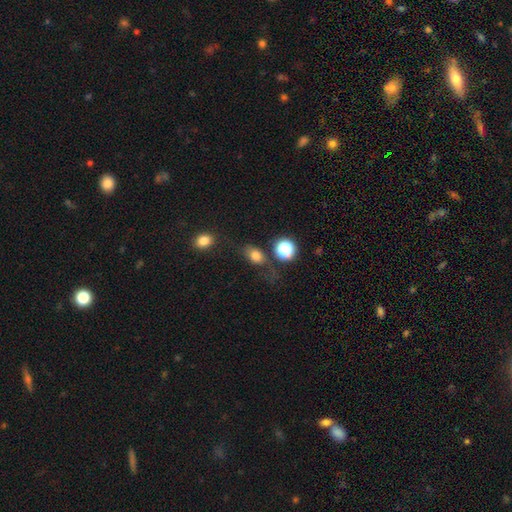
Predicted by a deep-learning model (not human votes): Smooth or featured: smooth — 76% (star or artifact — 14%)
How rounded: in between — 69% (round — 29%)
Merging: none — 58% (minor disturbance — 20%)